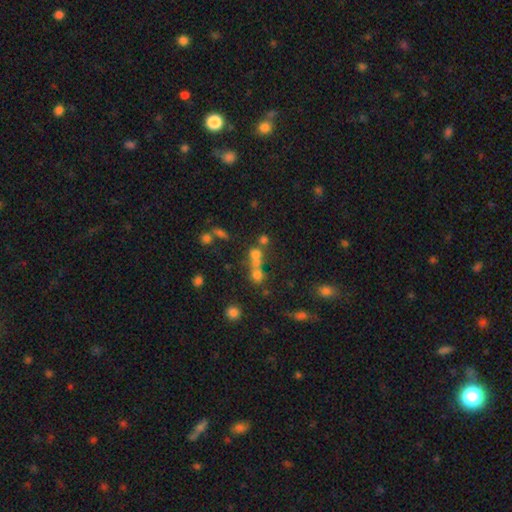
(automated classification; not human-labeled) Overall: smooth (51%; star or artifact 28%). How rounded: round (79%). Merging: merger (50%; none 38%).